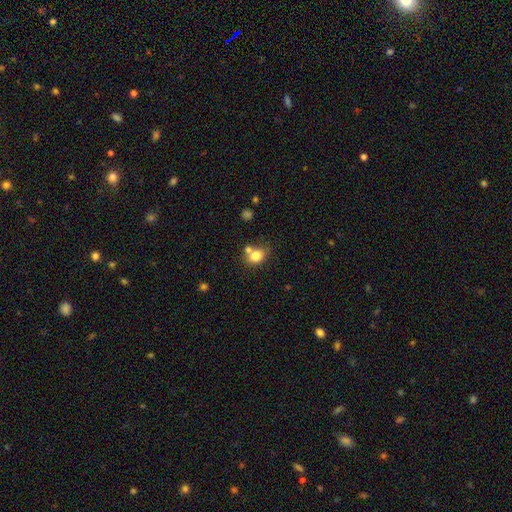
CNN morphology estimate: Smooth or featured: smooth — 80% (star or artifact — 10%)
How rounded: in between — 53% (round — 46%)
Merging: none — 55% (merger — 28%)